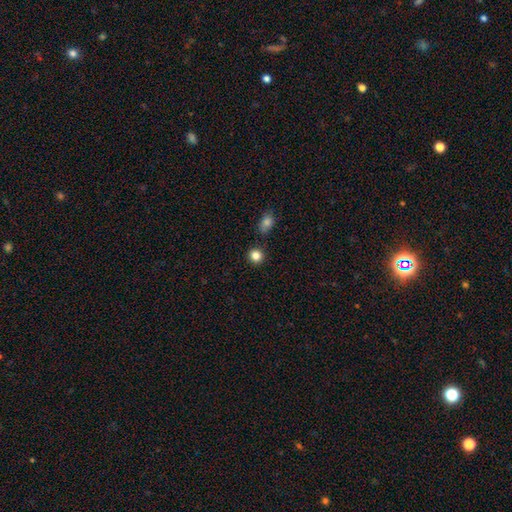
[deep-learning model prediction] Smooth or featured?
  - smooth: 85% *
  - star or artifact: 11%
  - featured or disk: 4%
How rounded?
  - round: 89% *
  - in between: 10%
  - cigar-shaped: 1%
Merging?
  - none: 87% *
  - minor disturbance: 7%
  - merger: 4%
  - major disturbance: 2%